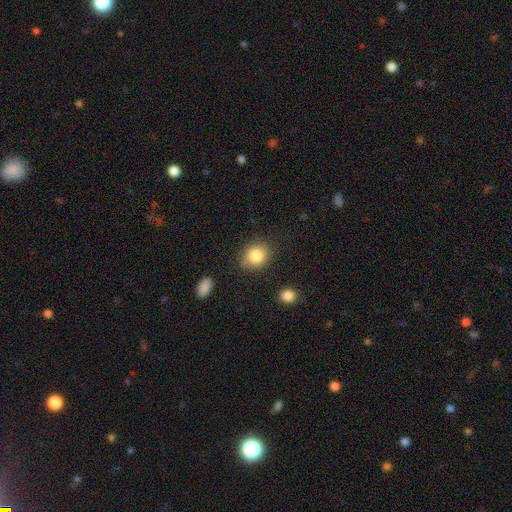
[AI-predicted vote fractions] This appears to be a smooth galaxy with no disk features (84%) that is round (65%). Merging: none (80%).